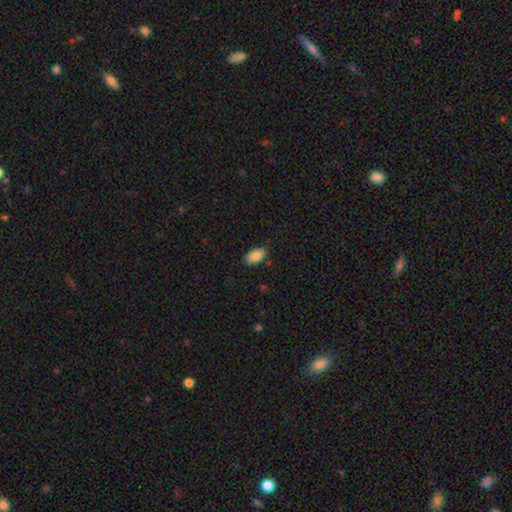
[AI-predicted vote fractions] smooth-or-featured: smooth: 86% | star or artifact: 7% | featured or disk: 7%
  how-rounded: in between: 93% | round: 5% | cigar-shaped: 2%
  merging: none: 83% | minor disturbance: 13% | major disturbance: 2% | merger: 1%